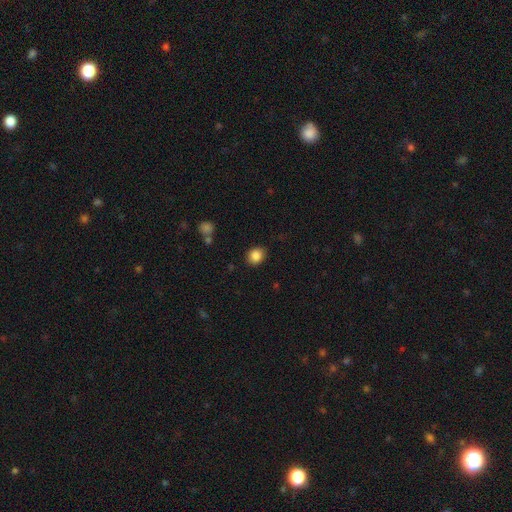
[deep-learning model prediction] smooth 86%, star or artifact 10%, featured or disk 5%. Down the decision tree: how rounded — round (69%); merging — none (87%).